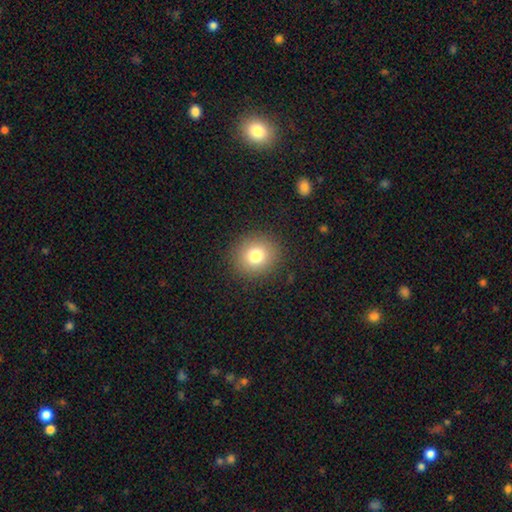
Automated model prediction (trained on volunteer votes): Morphology: type=smooth (79%); roundness=round (84%); merging=none (89%).